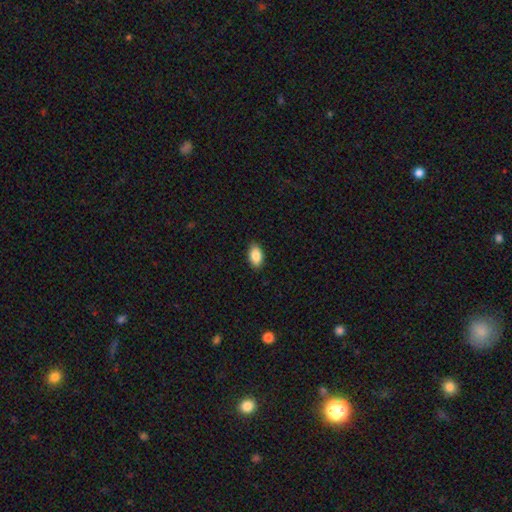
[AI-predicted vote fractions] Smooth or featured?
  - smooth: 86% *
  - star or artifact: 7%
  - featured or disk: 6%
How rounded?
  - in between: 92% *
  - round: 6%
  - cigar-shaped: 2%
Merging?
  - none: 89% *
  - minor disturbance: 9%
  - major disturbance: 2%
  - merger: 1%